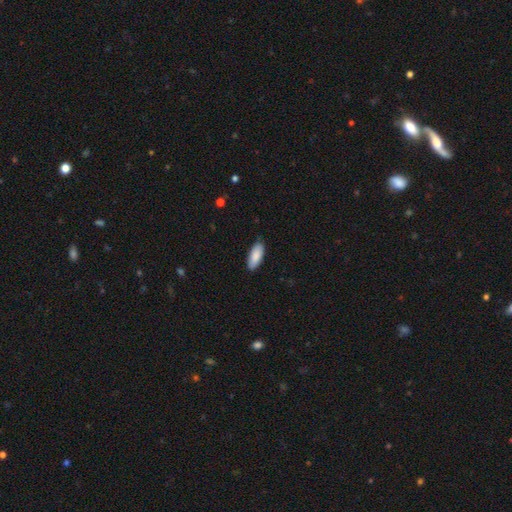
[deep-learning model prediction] A smooth galaxy with no disk features (88%) that is in between round and cigar-shaped (81%).

Vote fractions:
- Smooth or featured? smooth: 88% / featured or disk: 6% / star or artifact: 5%
- How rounded? in between: 81% / cigar-shaped: 17% / round: 2%
- Merging? none: 86% / minor disturbance: 11% / major disturbance: 2% / merger: 1%